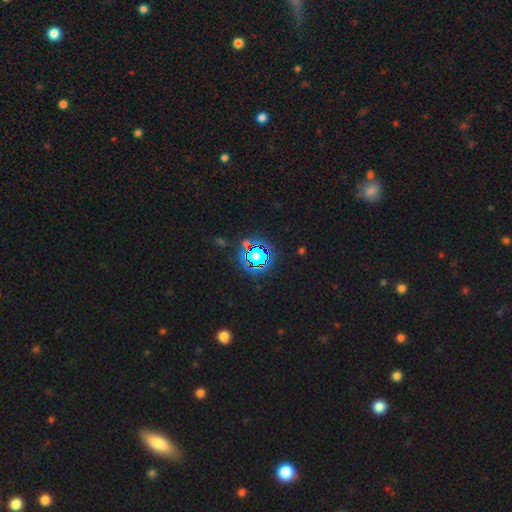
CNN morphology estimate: The model was most divided on "smooth or featured": star or artifact: 67%, smooth: 22%, featured or disk: 11%.